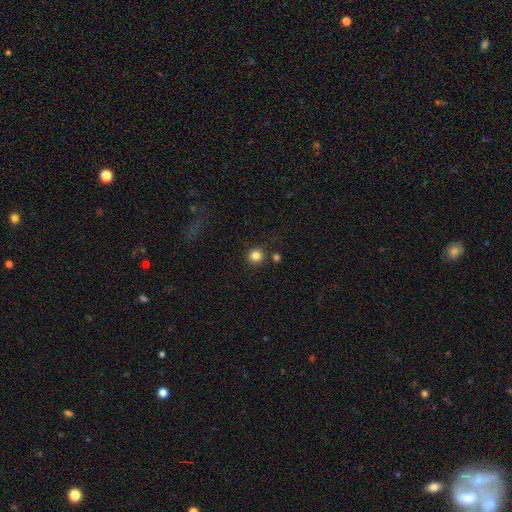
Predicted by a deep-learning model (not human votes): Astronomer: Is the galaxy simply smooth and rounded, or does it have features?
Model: smooth — 83%.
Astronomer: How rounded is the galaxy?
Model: round — 94%.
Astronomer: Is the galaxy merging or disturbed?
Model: none — 84%.